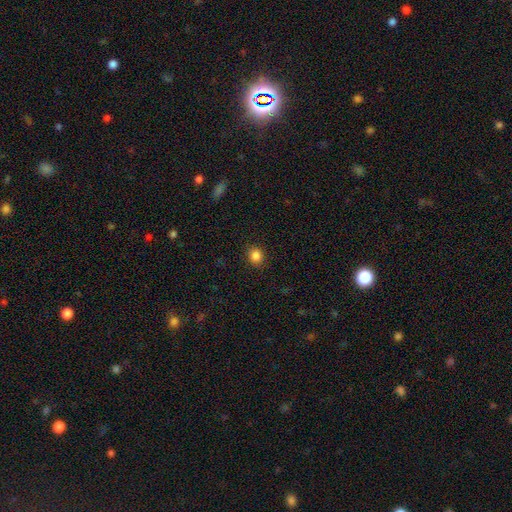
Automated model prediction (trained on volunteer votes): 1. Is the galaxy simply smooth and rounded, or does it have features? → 85% smooth, 11% star or artifact, 4% featured or disk.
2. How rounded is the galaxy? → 79% round, 20% in between, 1% cigar-shaped.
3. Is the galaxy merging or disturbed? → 89% none, 7% minor disturbance, 2% major disturbance, 1% merger.